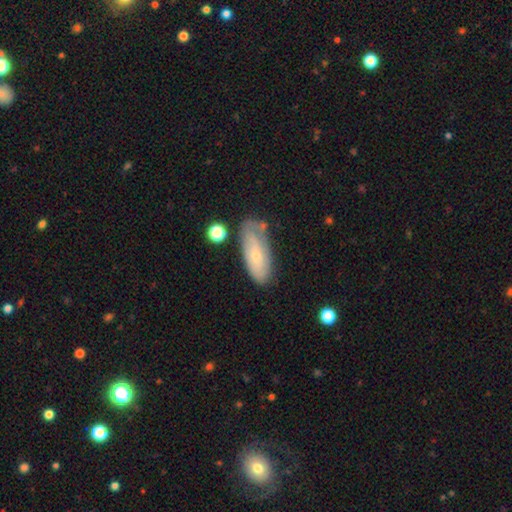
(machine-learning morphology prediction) smooth-or-featured: smooth: 55% | featured or disk: 38% | star or artifact: 7%
  how-rounded: in between: 79% | cigar-shaped: 18% | round: 3%
  merging: none: 56% | minor disturbance: 28% | major disturbance: 9% | merger: 6%